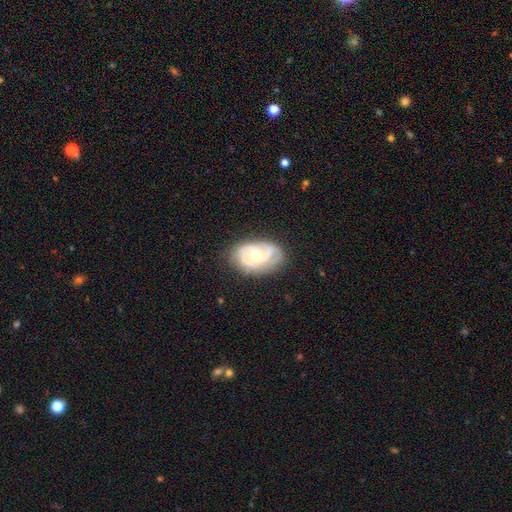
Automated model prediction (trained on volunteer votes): Overall: featured or disk (74%). Edge-on disk: no (95%). Bar: no (75%). Spiral arms: yes (80%). Spiral arm count: 2 (37%; can't tell 35%). Spiral winding: tight (59%; medium 30%). Bulge size: moderate (69%). Merging: none (72%).